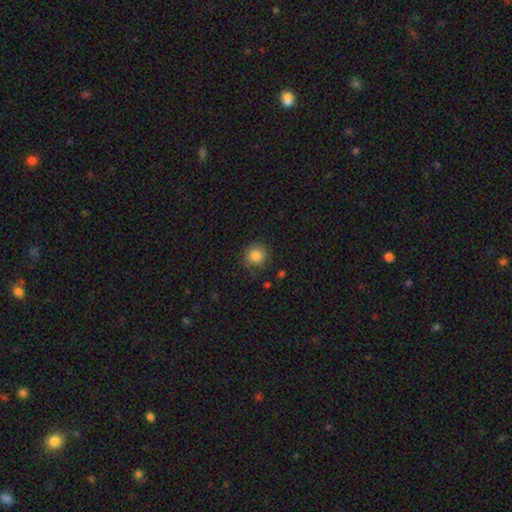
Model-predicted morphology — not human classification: Overall: smooth (84%). How rounded: round (93%). Merging: none (82%).